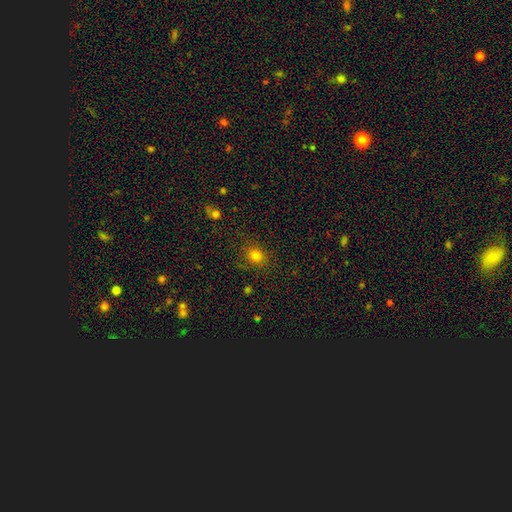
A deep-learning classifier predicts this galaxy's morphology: This appears to be a smooth galaxy with no disk features (79%) that is round (76%). Merging: none (82%).